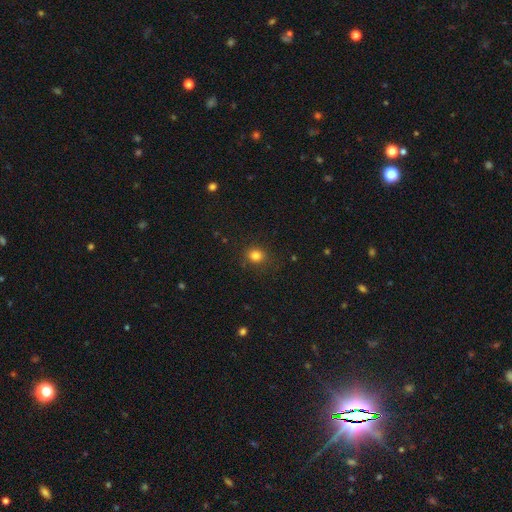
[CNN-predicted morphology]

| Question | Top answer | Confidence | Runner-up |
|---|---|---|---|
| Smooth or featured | smooth | 82% | star or artifact (13%) |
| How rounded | round | 76% | in between (23%) |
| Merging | none | 84% | minor disturbance (11%) |